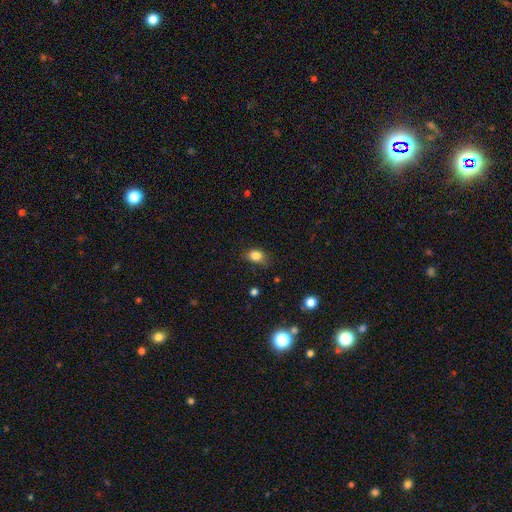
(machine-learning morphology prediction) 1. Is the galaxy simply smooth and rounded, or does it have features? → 84% smooth, 11% star or artifact, 6% featured or disk.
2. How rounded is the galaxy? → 61% in between, 38% round, 1% cigar-shaped.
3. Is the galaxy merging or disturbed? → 71% none, 22% minor disturbance, 5% major disturbance, 1% merger.